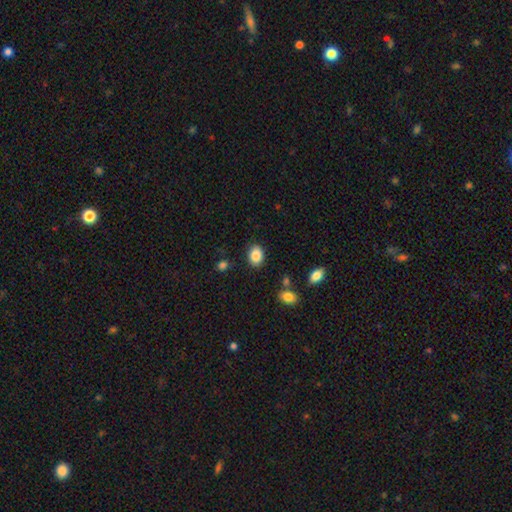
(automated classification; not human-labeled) Morphology: type=smooth (87%); roundness=in between (72%); merging=none (85%).